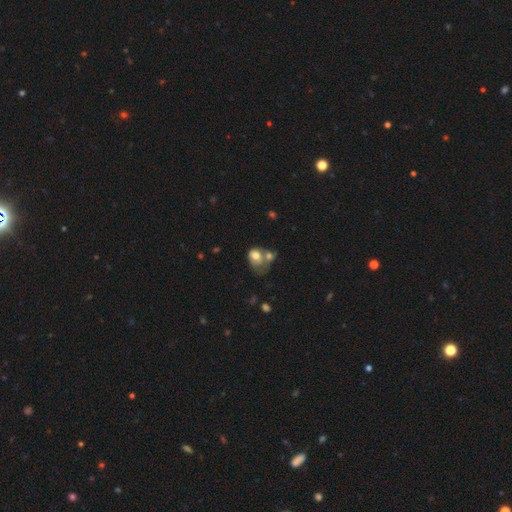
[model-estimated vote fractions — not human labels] A smooth galaxy with no disk features (69%) that is in between round and cigar-shaped (58%).

Vote fractions:
- Smooth or featured? smooth: 69% / featured or disk: 23% / star or artifact: 9%
- How rounded? in between: 58% / round: 41% / cigar-shaped: 1%
- Merging? merger: 55% / none: 18% / major disturbance: 14% / minor disturbance: 13%